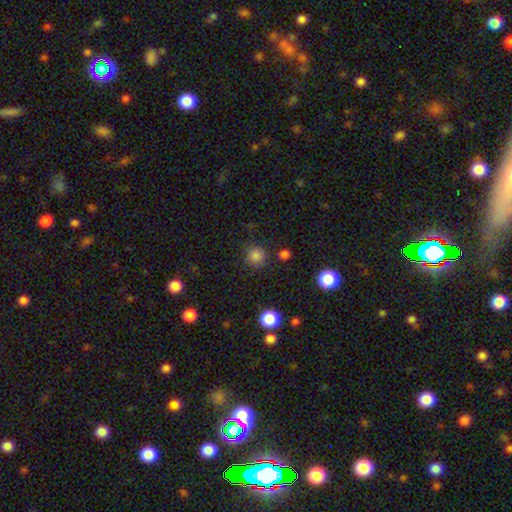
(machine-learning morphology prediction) Smooth or featured? smooth (82%)
How rounded? round (92%)
Merging? none (84%)